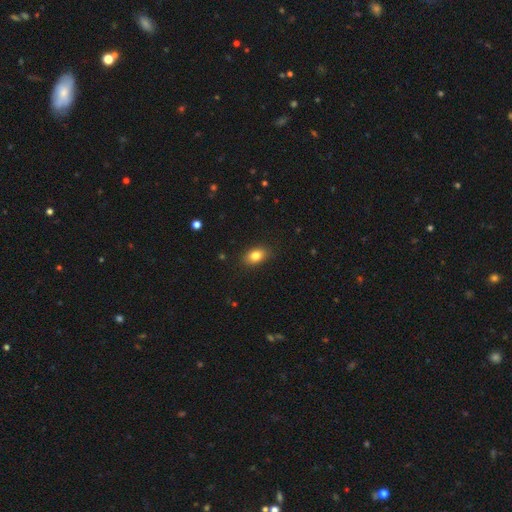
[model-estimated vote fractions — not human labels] smooth-or-featured: smooth: 83% | star or artifact: 9% | featured or disk: 8%
  how-rounded: in between: 81% | round: 18% | cigar-shaped: 2%
  merging: none: 87% | minor disturbance: 10% | major disturbance: 2% | merger: 1%